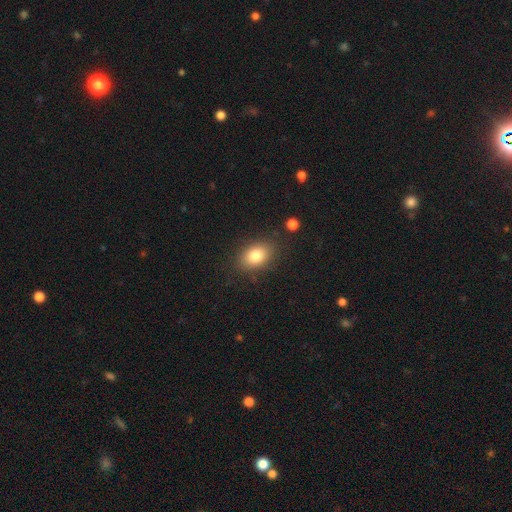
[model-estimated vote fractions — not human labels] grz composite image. It shows a smooth galaxy with no disk features (81%) that is in between round and cigar-shaped (81%). Merging: none (83%).